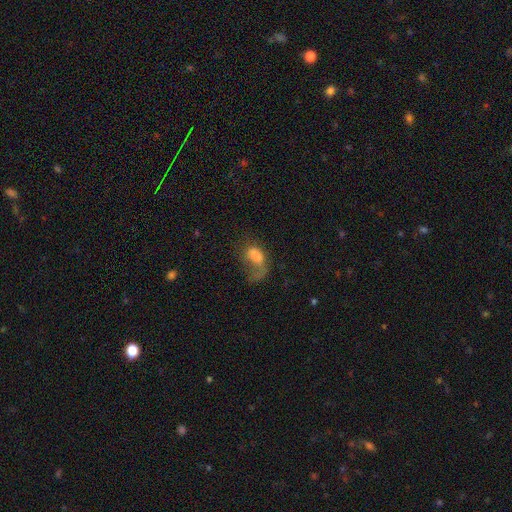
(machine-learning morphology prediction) Smooth or featured: smooth — 59% (featured or disk — 30%)
How rounded: in between — 86% (round — 9%)
Merging: major disturbance — 55% (none — 23%)